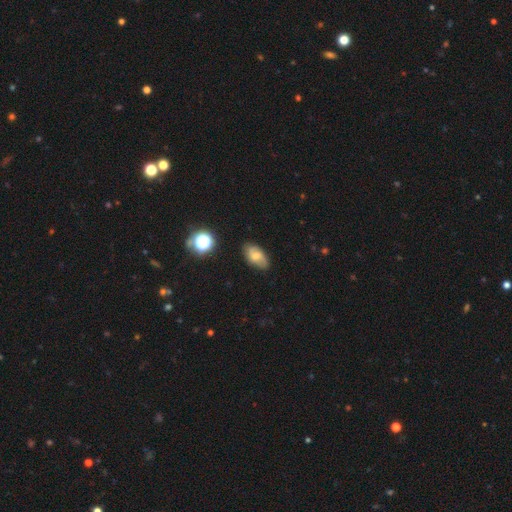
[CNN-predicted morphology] type=smooth (51%); roundness=in between (89%); merging=none (78%).